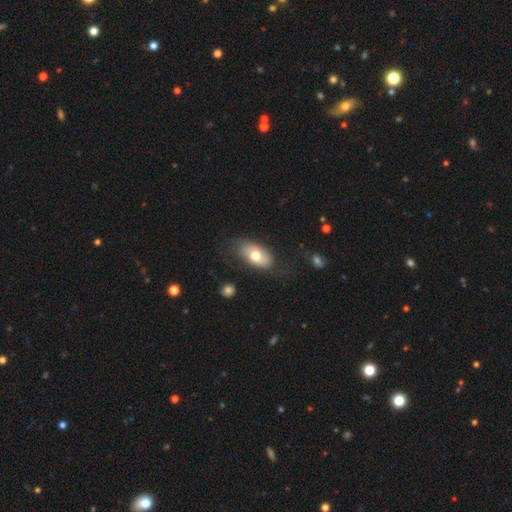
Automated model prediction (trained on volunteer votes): smooth 68%, featured or disk 26%, star or artifact 7%. Down the decision tree: how rounded — in between (91%); merging — none (67%).